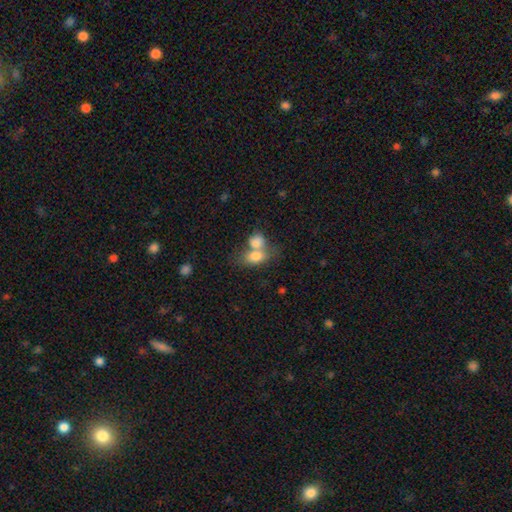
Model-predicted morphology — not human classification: Smooth or featured?
  - smooth: 78% *
  - featured or disk: 14%
  - star or artifact: 8%
How rounded?
  - in between: 74% *
  - round: 24%
  - cigar-shaped: 2%
Merging?
  - merger: 63% *
  - none: 24%
  - minor disturbance: 8%
  - major disturbance: 5%